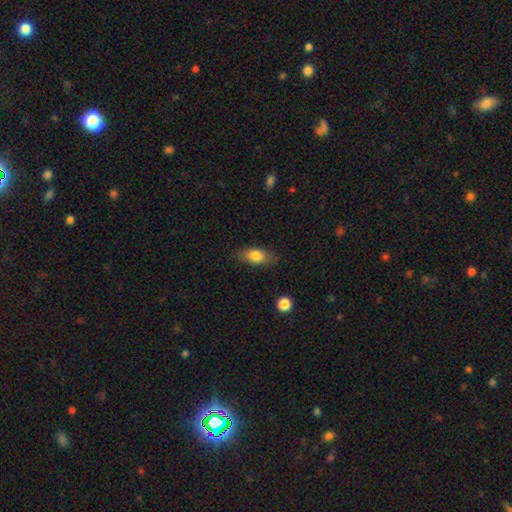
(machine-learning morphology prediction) Smooth or featured?
  - smooth: 79% *
  - featured or disk: 13%
  - star or artifact: 8%
How rounded?
  - in between: 82% *
  - cigar-shaped: 10%
  - round: 7%
Merging?
  - none: 79% *
  - minor disturbance: 16%
  - major disturbance: 4%
  - merger: 1%